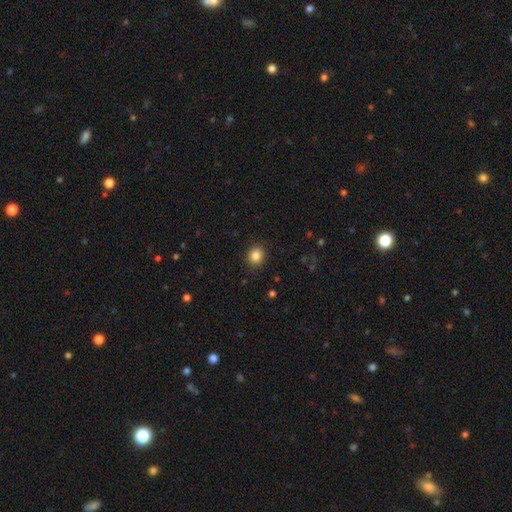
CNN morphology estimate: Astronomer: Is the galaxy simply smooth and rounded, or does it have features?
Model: smooth — 85%.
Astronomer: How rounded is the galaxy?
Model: round — 80%.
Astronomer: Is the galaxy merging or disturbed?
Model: none — 90%.